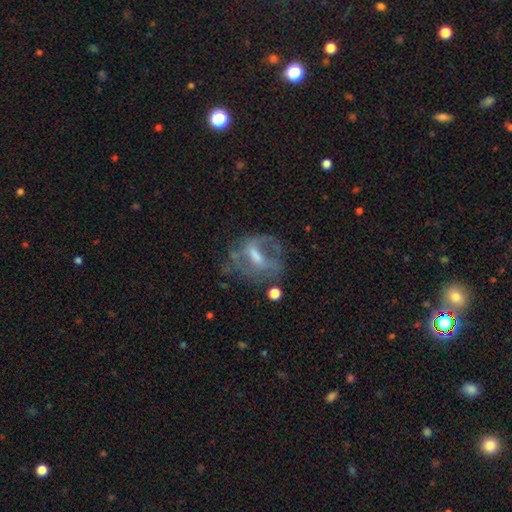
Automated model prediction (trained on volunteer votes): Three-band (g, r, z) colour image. It shows a featured or disk galaxy (64%) with a weak bar (42%), no spiral arms (53%) and a moderate central bulge (44%). Merging: none (45%).